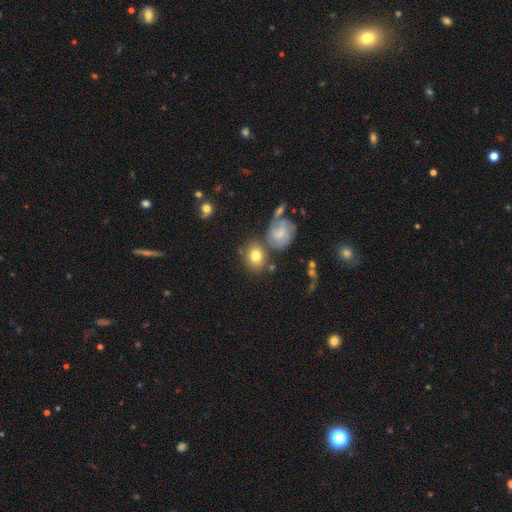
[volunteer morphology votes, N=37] This appears to be a smooth galaxy with no disk features (81%) that is round (60%). Merging: none (66%).